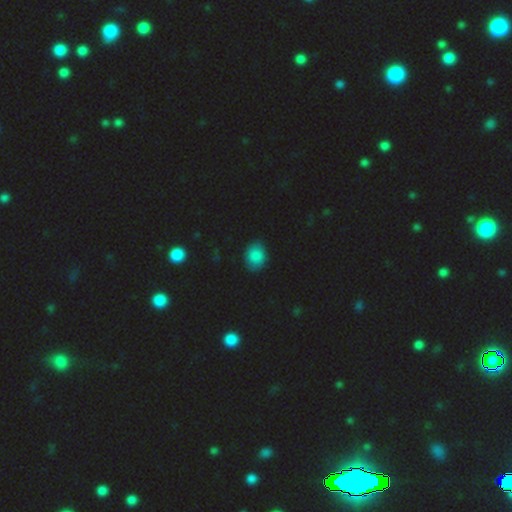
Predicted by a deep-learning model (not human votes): Smooth or featured?
  - smooth: 83% *
  - star or artifact: 12%
  - featured or disk: 5%
How rounded?
  - in between: 51% *
  - round: 47%
  - cigar-shaped: 1%
Merging?
  - none: 84% *
  - minor disturbance: 12%
  - major disturbance: 3%
  - merger: 1%